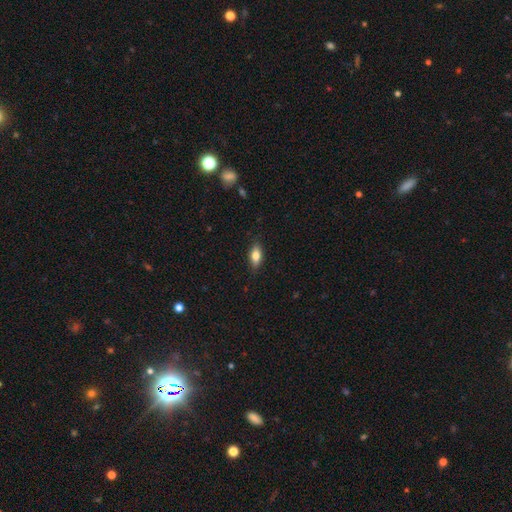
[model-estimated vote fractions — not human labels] This appears to be a smooth galaxy with no disk features (75%) that is in between round and cigar-shaped (80%). Merging: none (85%).